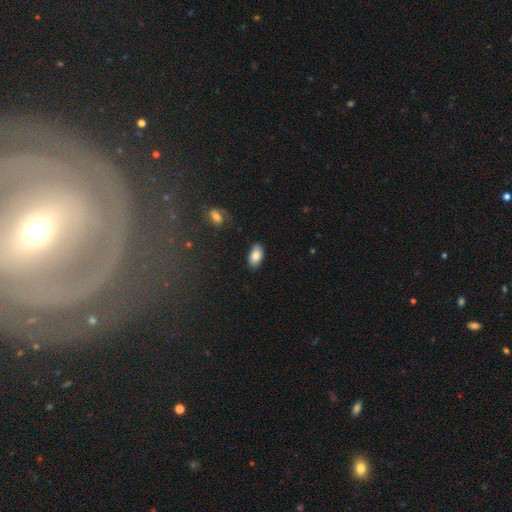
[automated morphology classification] Smooth or featured? Predicted: smooth (p=0.82). How rounded? Predicted: in between (p=0.94). Merging? Predicted: none (p=0.85).